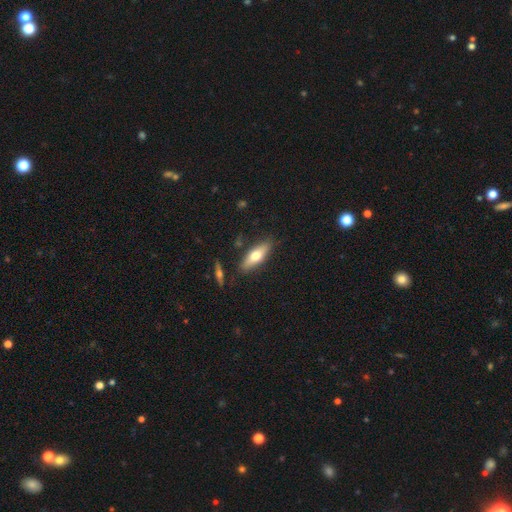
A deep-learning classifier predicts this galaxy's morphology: This appears to be a smooth galaxy with no disk features (62%) that is in between round and cigar-shaped (55%). Merging: none (82%).